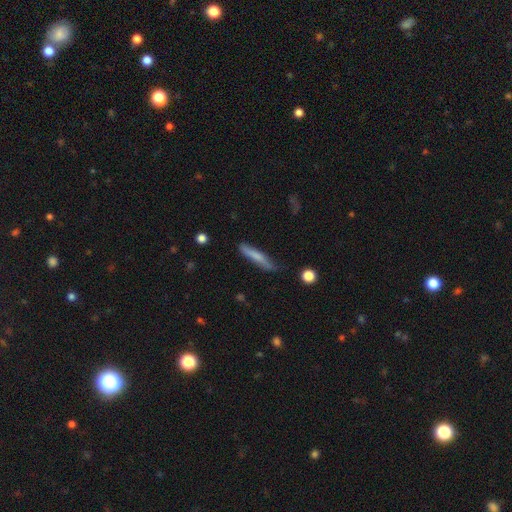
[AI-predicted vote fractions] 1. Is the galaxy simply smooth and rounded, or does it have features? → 69% smooth, 25% featured or disk, 6% star or artifact.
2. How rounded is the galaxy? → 90% cigar-shaped, 8% in between, 2% round.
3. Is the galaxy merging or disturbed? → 71% none, 22% minor disturbance, 5% major disturbance, 2% merger.